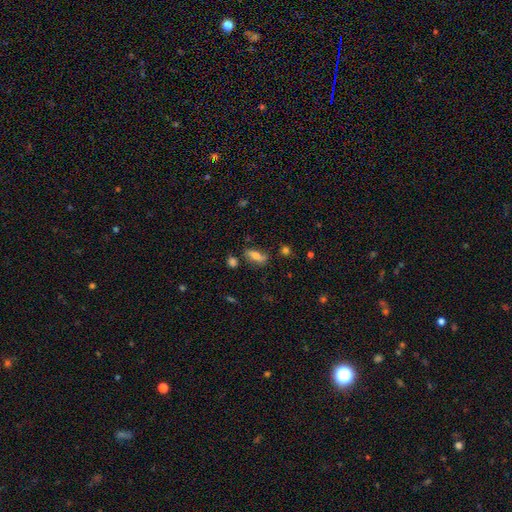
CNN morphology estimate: The model was most divided on "smooth or featured": smooth: 64%, featured or disk: 26%, star or artifact: 9%. More confident: how rounded — in between (70%); merging — none (66%).